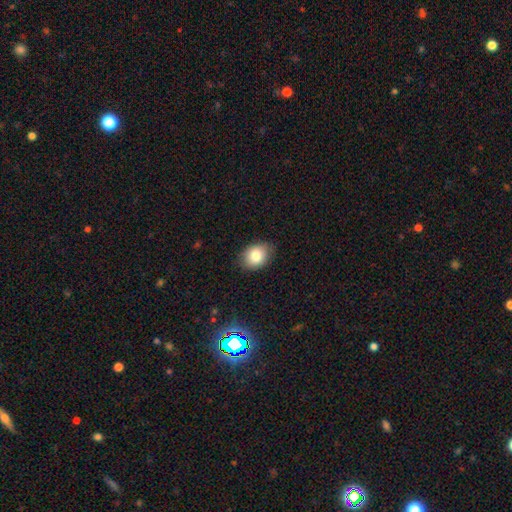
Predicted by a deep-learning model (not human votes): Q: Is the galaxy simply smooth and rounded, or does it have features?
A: smooth — 82%.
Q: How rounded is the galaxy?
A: in between — 63%.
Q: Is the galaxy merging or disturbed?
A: none — 83%.